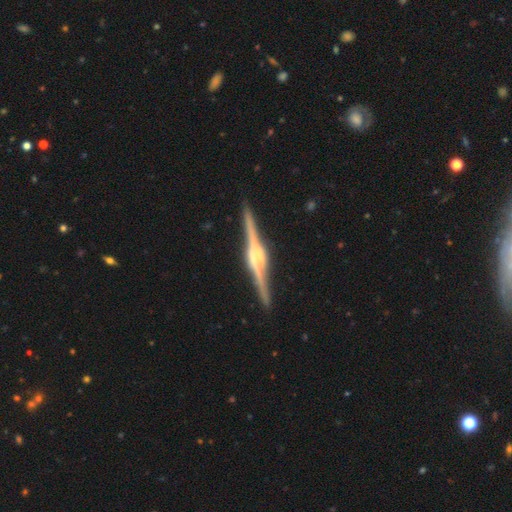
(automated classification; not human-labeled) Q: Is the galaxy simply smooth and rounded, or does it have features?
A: featured or disk — 90%.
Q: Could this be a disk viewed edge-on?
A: yes — 98%.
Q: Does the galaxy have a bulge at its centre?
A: rounded — 66%.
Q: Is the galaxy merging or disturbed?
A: none — 91%.